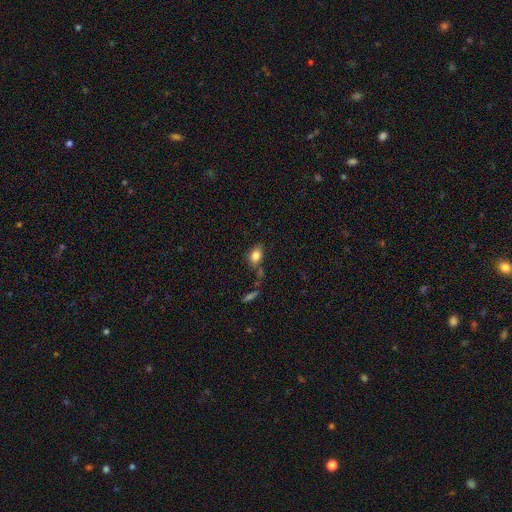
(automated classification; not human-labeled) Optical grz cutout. It shows a smooth galaxy with no disk features (83%) that is in between round and cigar-shaped (73%). Merging: none (61%).